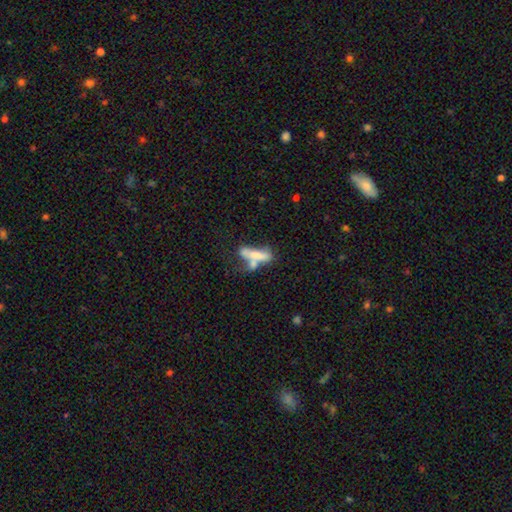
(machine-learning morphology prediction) smooth 58%, featured or disk 32%, star or artifact 10%. Down the decision tree: how rounded — cigar-shaped (61%); merging — merger (46%).